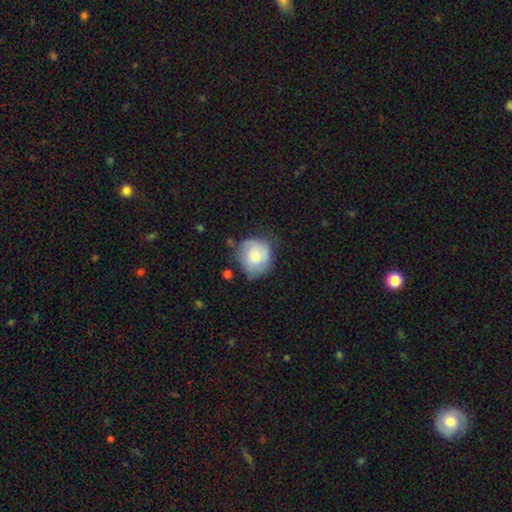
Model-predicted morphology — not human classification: Overall: smooth (65%; featured or disk 29%). How rounded: round (78%). Merging: none (56%; minor disturbance 31%).